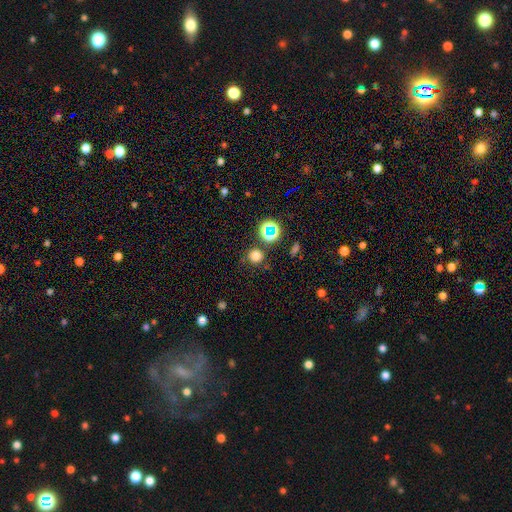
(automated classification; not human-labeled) smooth 72%, star or artifact 22%, featured or disk 6%. Down the decision tree: how rounded — round (94%); merging — none (80%).